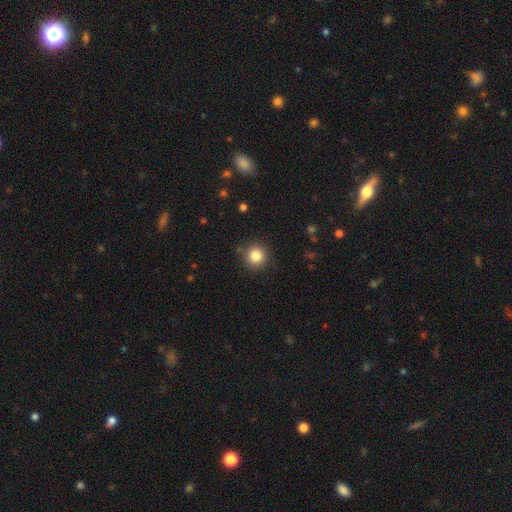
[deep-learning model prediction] Overall: smooth (83%). How rounded: round (94%). Merging: none (88%).